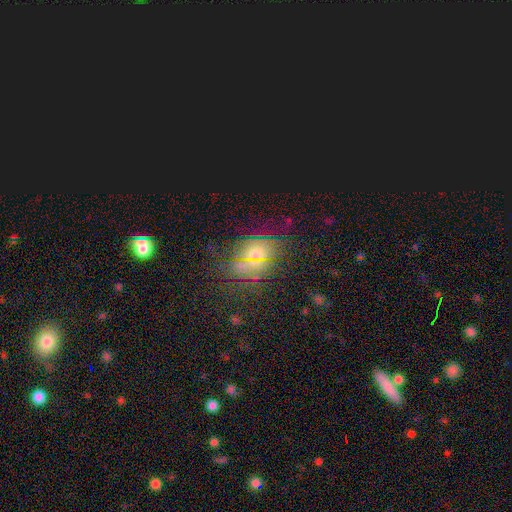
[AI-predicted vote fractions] A smooth galaxy with no disk features (56%) that is in between round and cigar-shaped (58%).

Vote fractions:
- Smooth or featured? smooth: 56% / star or artifact: 30% / featured or disk: 14%
- How rounded? in between: 58% / round: 39% / cigar-shaped: 3%
- Merging? none: 78% / minor disturbance: 14% / major disturbance: 6% / merger: 2%